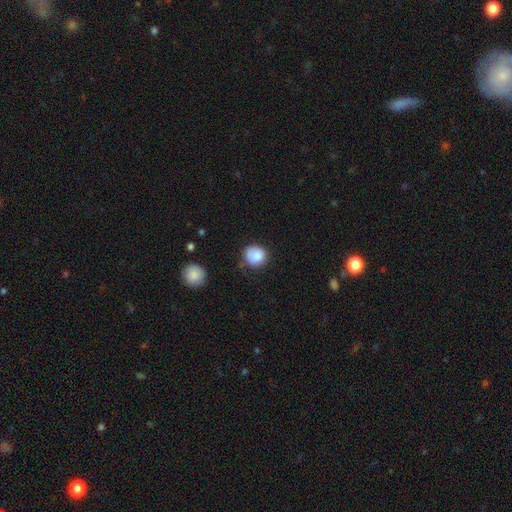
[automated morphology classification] Overall: smooth (86%). How rounded: round (86%). Merging: none (70%).